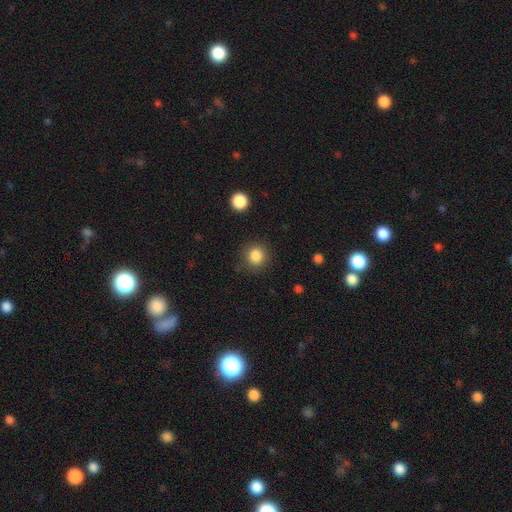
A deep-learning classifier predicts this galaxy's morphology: This is clearly a smooth galaxy (85%). How rounded: clearly round (91%). Merging: clearly none (85%).